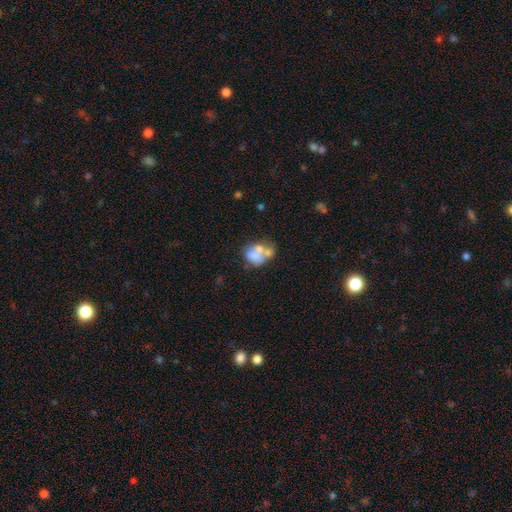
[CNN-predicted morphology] A smooth galaxy with no disk features (54%) that is in between round and cigar-shaped (61%). Merging: merger (53%).